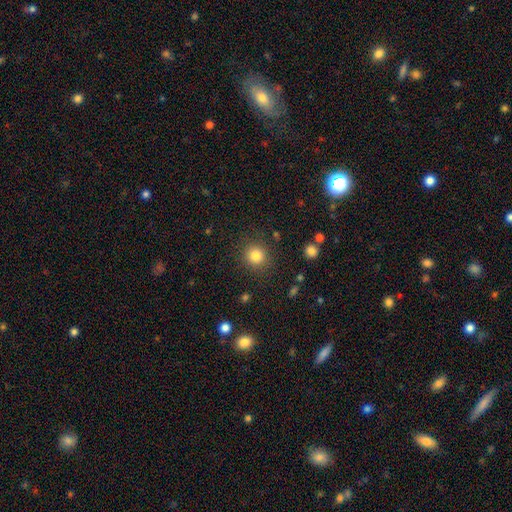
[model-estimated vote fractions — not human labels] Morphology: type=smooth (83%); roundness=round (91%); merging=none (88%).